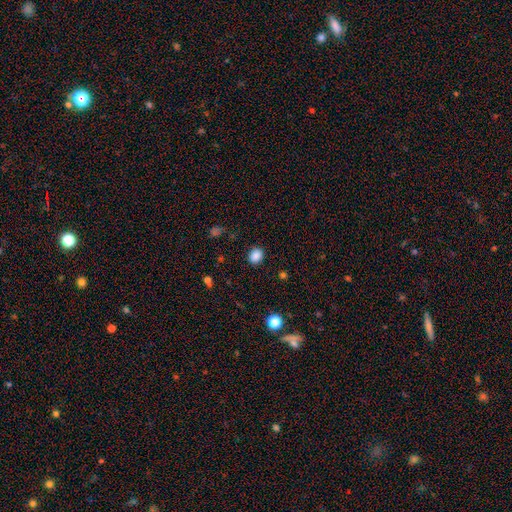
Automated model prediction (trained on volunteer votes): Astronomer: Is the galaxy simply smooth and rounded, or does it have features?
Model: smooth — 86%.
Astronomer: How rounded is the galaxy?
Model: round — 56% (runner-up: in between, 43%).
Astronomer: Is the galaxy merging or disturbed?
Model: none — 88%.